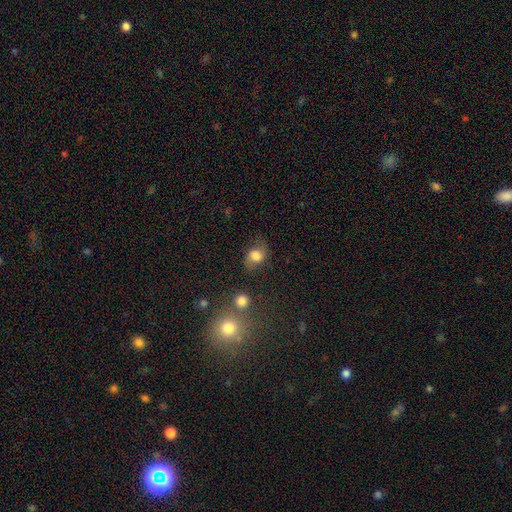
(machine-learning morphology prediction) smooth_or_featured: smooth (p=0.65) [alt: featured or disk p=0.24]
how_rounded: in between (p=0.53) [alt: round p=0.45]
merging: none (p=0.63) [alt: minor disturbance p=0.23]